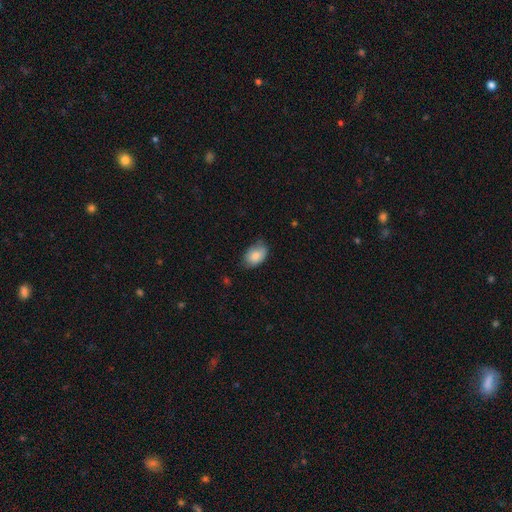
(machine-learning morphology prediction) The model was most divided on "merging": none: 68%, minor disturbance: 26%, major disturbance: 4%, merger: 1%. More confident: how rounded — in between (88%); smooth or featured — smooth (84%).